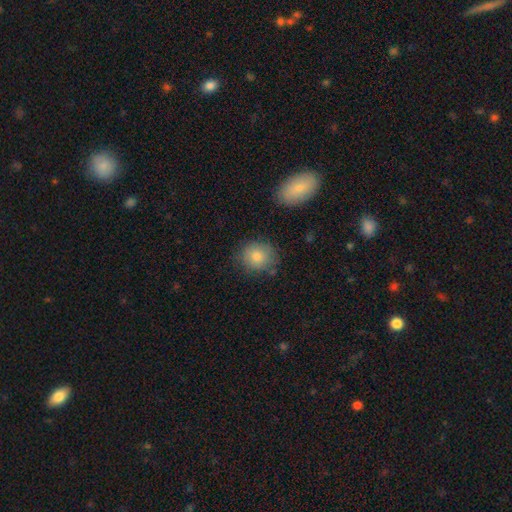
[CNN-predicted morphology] smooth-or-featured: smooth: 82% | featured or disk: 9% | star or artifact: 9%
  how-rounded: round: 74% | in between: 25% | cigar-shaped: 1%
  merging: none: 81% | minor disturbance: 13% | merger: 3% | major disturbance: 3%